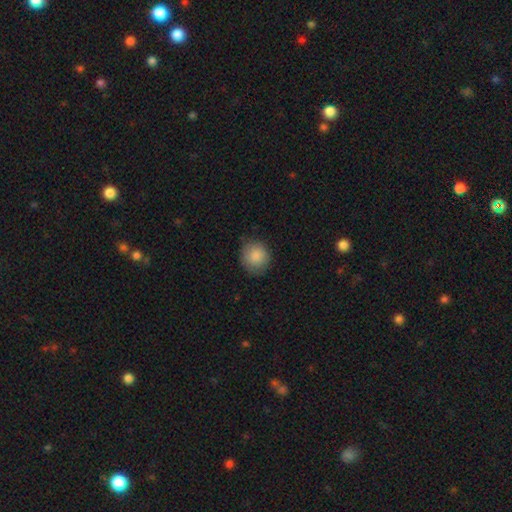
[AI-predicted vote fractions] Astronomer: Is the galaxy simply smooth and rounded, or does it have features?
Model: smooth — 88%.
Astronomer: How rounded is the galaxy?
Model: round — 87%.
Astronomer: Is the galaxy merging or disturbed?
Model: none — 83%.